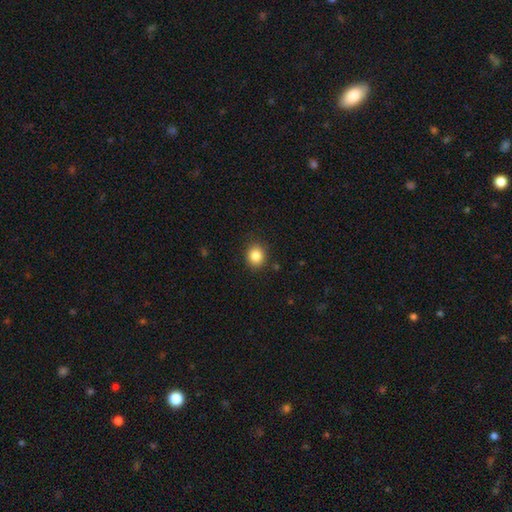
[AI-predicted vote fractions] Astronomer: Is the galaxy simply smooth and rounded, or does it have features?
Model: smooth — 85%.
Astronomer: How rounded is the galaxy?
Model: round — 77%.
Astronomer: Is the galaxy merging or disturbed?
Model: none — 88%.